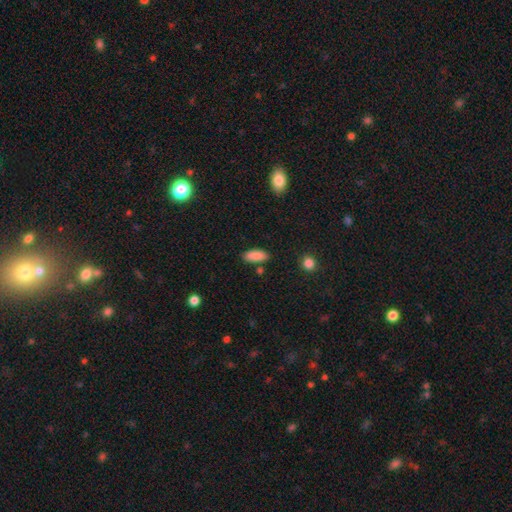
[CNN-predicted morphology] type=smooth (88%); roundness=in between (83%); merging=none (82%).